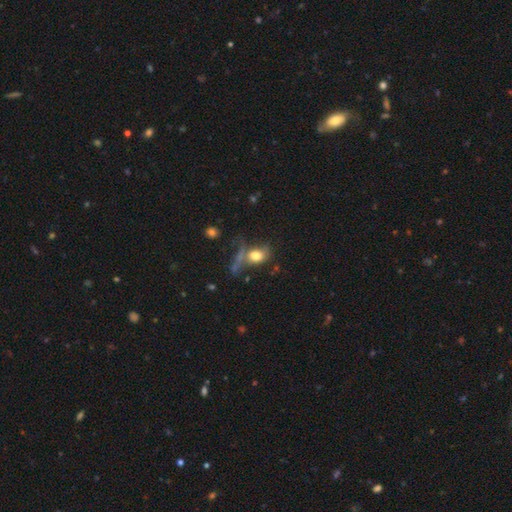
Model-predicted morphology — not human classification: This appears to be a smooth galaxy with no disk features (75%) that is in between round and cigar-shaped (71%). Merging: none (38%).